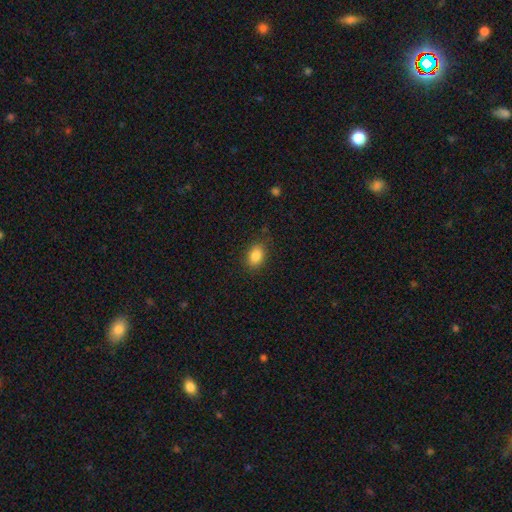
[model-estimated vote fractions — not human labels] A smooth galaxy with no disk features (85%) that is in between round and cigar-shaped (75%). Merging: none (85%).